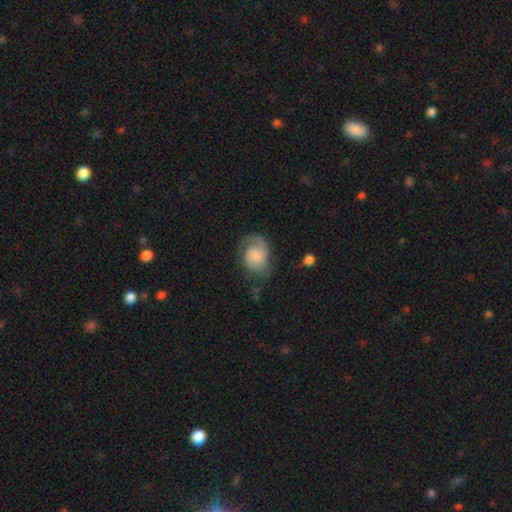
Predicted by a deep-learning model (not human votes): Overall: featured or disk (47%; smooth 45%). Merging: none (47%; minor disturbance 27%).